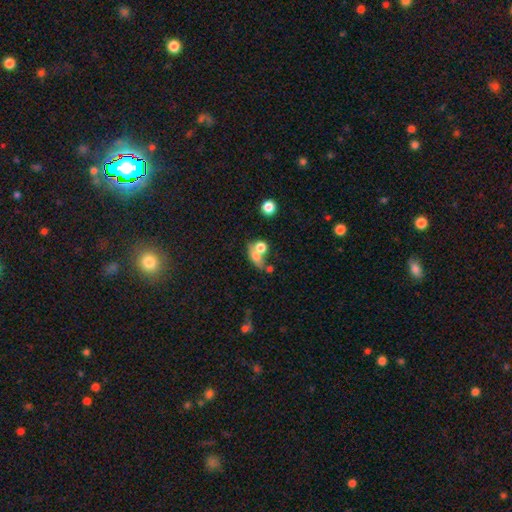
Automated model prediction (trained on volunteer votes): Smooth or featured? smooth (66%)
How rounded? in between (52%)
Merging? merger (52%)